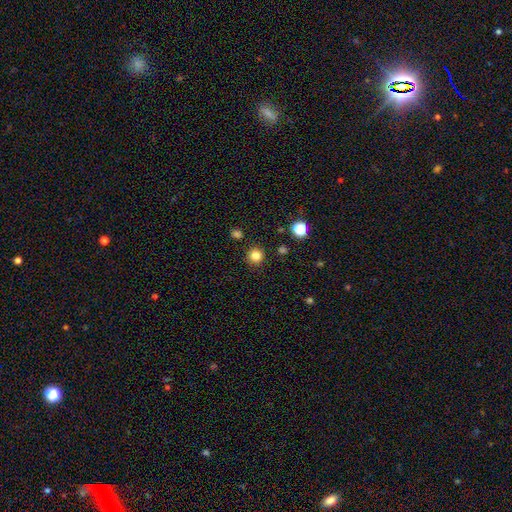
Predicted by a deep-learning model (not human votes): smooth 83%, star or artifact 13%, featured or disk 4%. Down the decision tree: how rounded — round (94%); merging — none (90%).